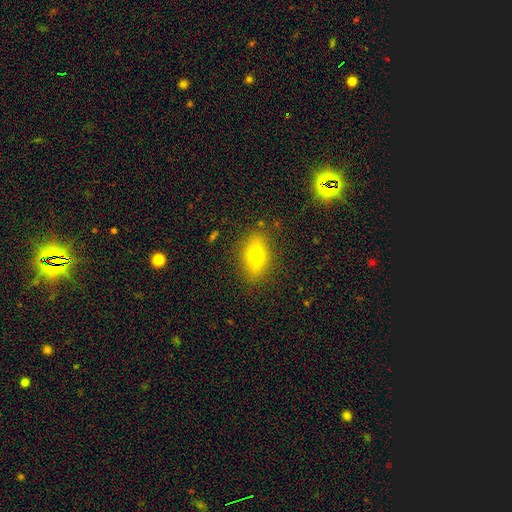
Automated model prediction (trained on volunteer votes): This is likely a smooth galaxy (64%). How rounded: likely in between (78%). Merging: clearly none (85%).